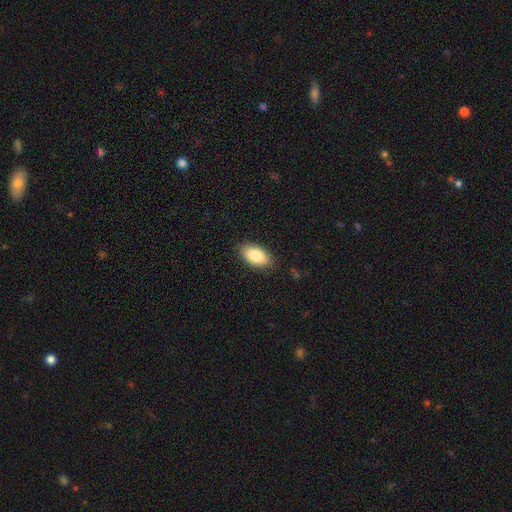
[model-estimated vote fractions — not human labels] Smooth or featured?
  - smooth: 86% *
  - featured or disk: 8%
  - star or artifact: 6%
How rounded?
  - in between: 93% *
  - cigar-shaped: 4%
  - round: 3%
Merging?
  - none: 87% *
  - minor disturbance: 9%
  - major disturbance: 2%
  - merger: 1%